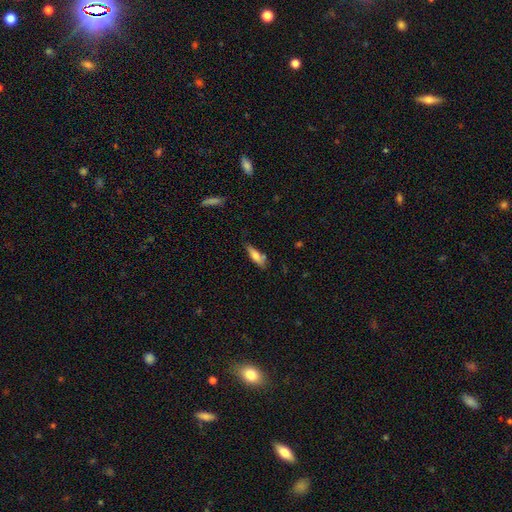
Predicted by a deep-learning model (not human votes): smooth_or_featured: smooth (p=0.73) [alt: featured or disk p=0.20]
how_rounded: cigar-shaped (p=0.58) [alt: in between p=0.40]
merging: none (p=0.62) [alt: minor disturbance p=0.26]